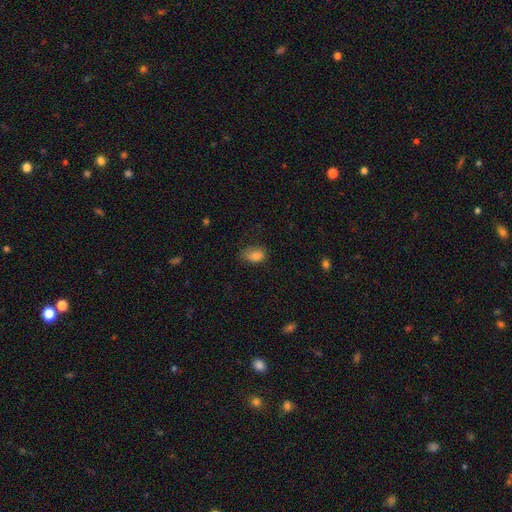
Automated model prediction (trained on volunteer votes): Morphology: type=smooth (84%); roundness=in between (83%); merging=none (63%).